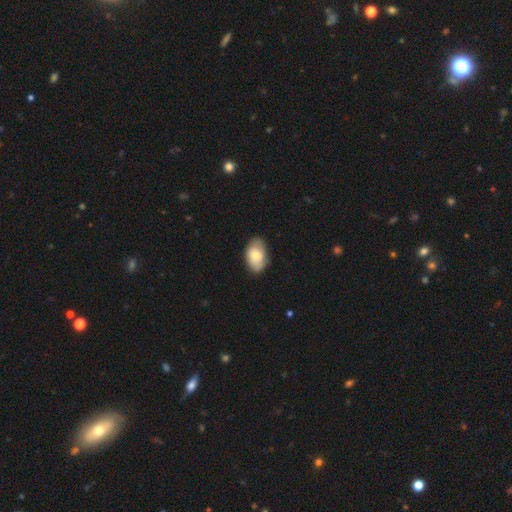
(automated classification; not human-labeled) Morphology: type=smooth (71%); roundness=in between (91%); merging=none (77%).